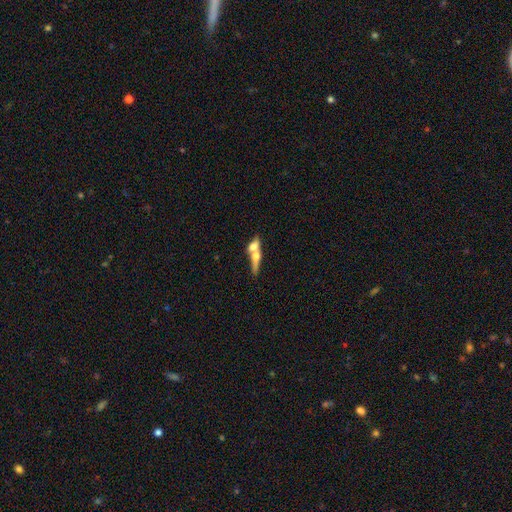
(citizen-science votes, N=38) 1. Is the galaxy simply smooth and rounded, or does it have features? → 50% featured or disk, 45% smooth, 5% star or artifact.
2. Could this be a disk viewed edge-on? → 79% yes, 21% no.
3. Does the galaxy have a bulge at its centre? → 100% rounded, 0% boxy, 0% none.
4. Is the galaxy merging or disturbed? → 61% merger, 36% none, 3% major disturbance, 0% minor disturbance.